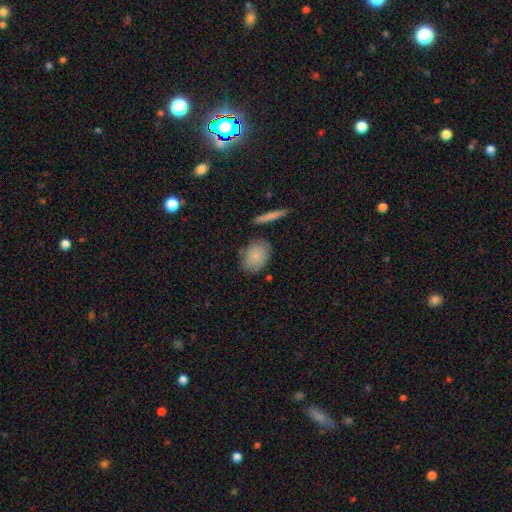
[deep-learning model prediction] smooth_or_featured: smooth (p=0.82) [alt: featured or disk p=0.11]
how_rounded: in between (p=0.65) [alt: round p=0.32]
merging: none (p=0.76) [alt: minor disturbance p=0.14]